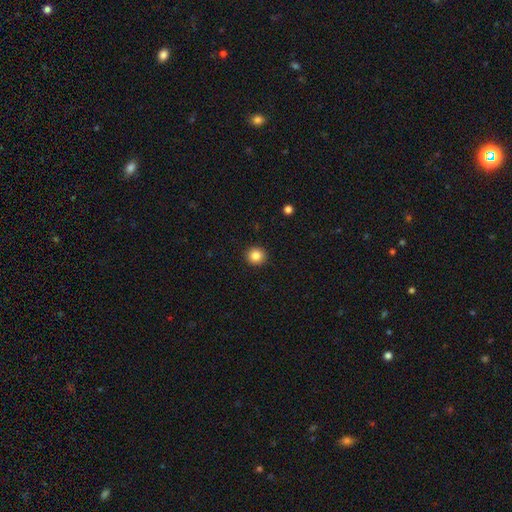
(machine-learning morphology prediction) Smooth or featured: smooth — 84% (star or artifact — 10%)
How rounded: round — 93% (in between — 6%)
Merging: none — 93% (minor disturbance — 4%)